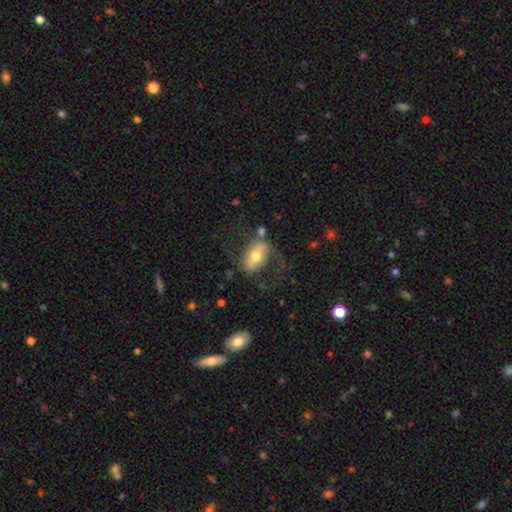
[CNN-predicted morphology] Q: Smooth or featured?
A: featured or disk (61%); runner-up: smooth (32%)
Q: Edge-on disk?
A: no (90%); runner-up: yes (10%)
Q: Bar?
A: strong (45%); runner-up: weak (31%)
Q: Spiral arms?
A: yes (69%); runner-up: no (31%)
Q: Bulge size?
A: moderate (68%); runner-up: small (18%)
Q: Merging?
A: none (50%); runner-up: major disturbance (25%)